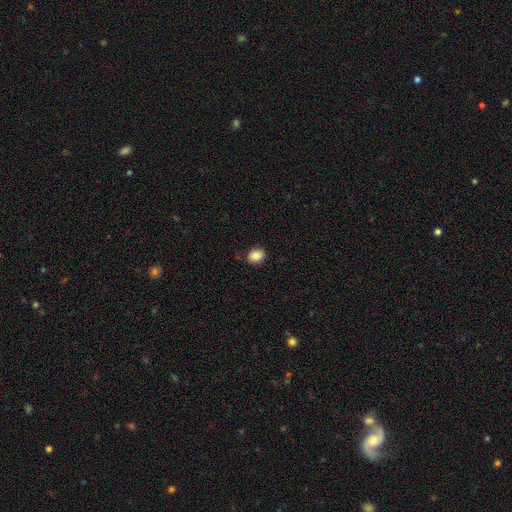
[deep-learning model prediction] This is clearly a smooth galaxy (87%). How rounded: possibly round (50%). Merging: clearly none (84%).